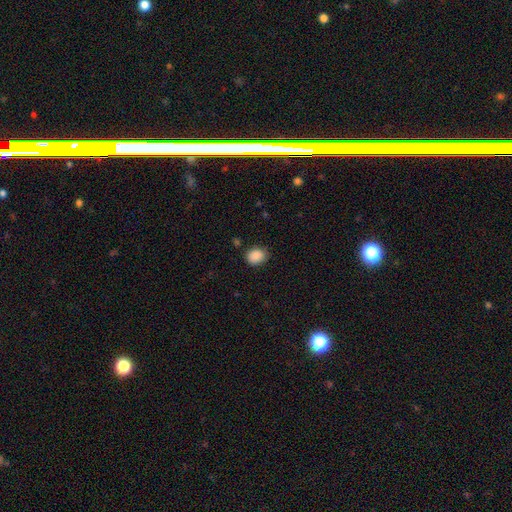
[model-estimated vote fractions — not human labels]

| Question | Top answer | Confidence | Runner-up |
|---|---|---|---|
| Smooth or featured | smooth | 88% | star or artifact (8%) |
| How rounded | in between | 51% | round (48%) |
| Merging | none | 82% | minor disturbance (13%) |